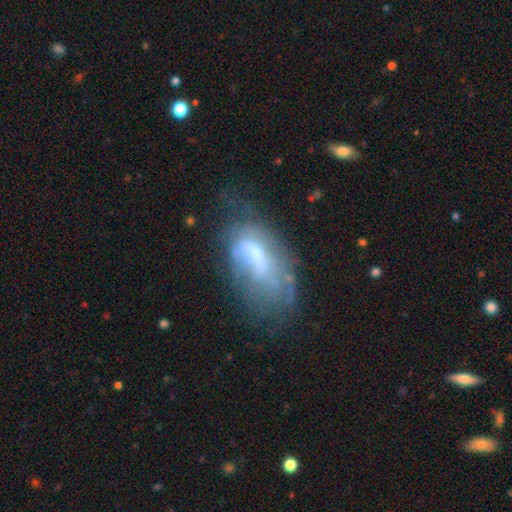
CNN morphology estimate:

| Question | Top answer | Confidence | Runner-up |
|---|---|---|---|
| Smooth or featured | featured or disk | 49% | smooth (40%) |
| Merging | none | 34% | major disturbance (32%) |